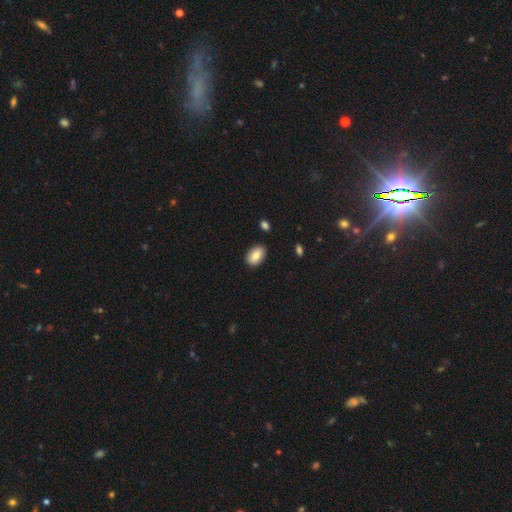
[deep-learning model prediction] Smooth or featured?
  - smooth: 84% *
  - featured or disk: 9%
  - star or artifact: 7%
How rounded?
  - in between: 91% *
  - round: 7%
  - cigar-shaped: 2%
Merging?
  - none: 86% *
  - minor disturbance: 10%
  - major disturbance: 2%
  - merger: 2%